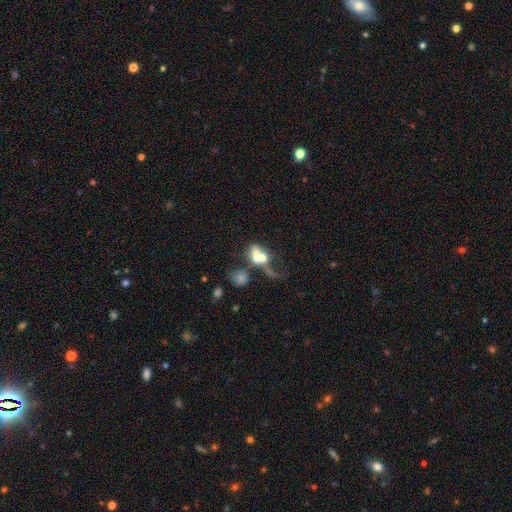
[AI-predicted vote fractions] A smooth galaxy with no disk features (54%) that is in between round and cigar-shaped (64%). Merging: merger (57%).